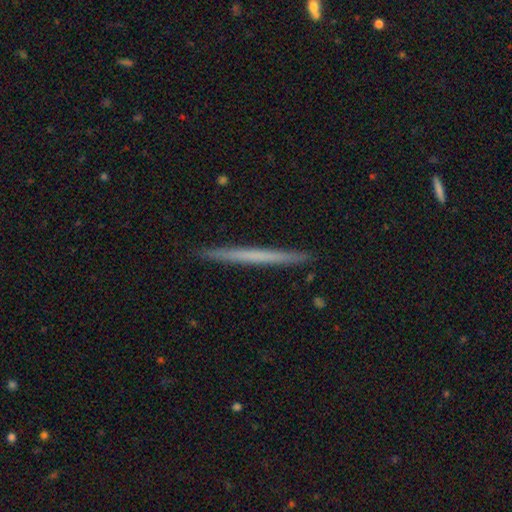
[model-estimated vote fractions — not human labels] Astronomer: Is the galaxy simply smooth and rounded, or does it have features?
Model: smooth — 50% (runner-up: featured or disk, 44%).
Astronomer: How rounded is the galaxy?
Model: cigar-shaped — 97%.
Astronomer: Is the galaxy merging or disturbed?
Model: none — 92%.